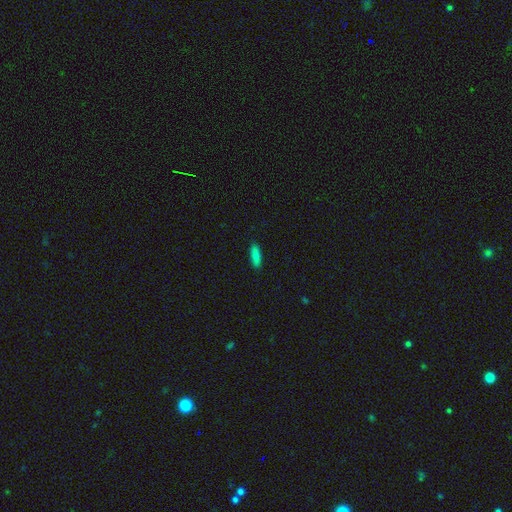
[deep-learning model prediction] A smooth galaxy with no disk features (84%) that is cigar-shaped (50%).

Vote fractions:
- Smooth or featured? smooth: 84% / featured or disk: 8% / star or artifact: 8%
- How rounded? cigar-shaped: 50% / in between: 48% / round: 2%
- Merging? none: 90% / minor disturbance: 8% / major disturbance: 2% / merger: 1%